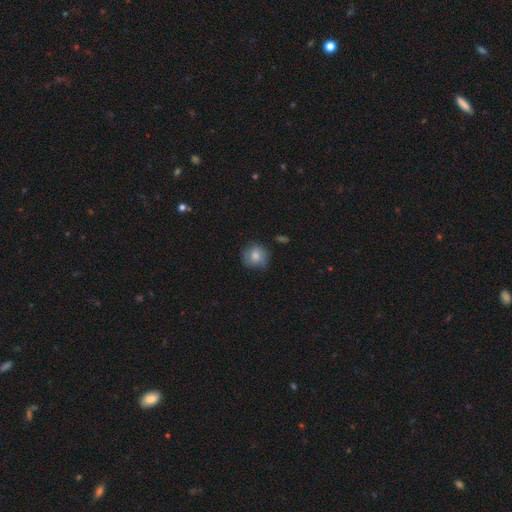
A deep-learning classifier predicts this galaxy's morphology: smooth_or_featured: smooth (p=0.77) [alt: featured or disk p=0.15]
how_rounded: round (p=0.87) [alt: in between p=0.12]
merging: none (p=0.71) [alt: minor disturbance p=0.22]